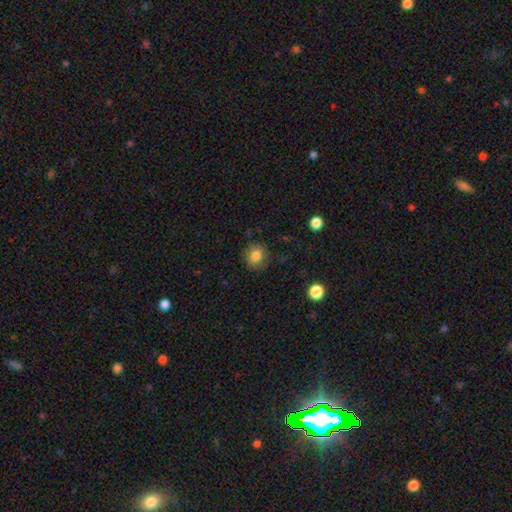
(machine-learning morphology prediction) Smooth or featured: smooth — 81% (star or artifact — 10%)
How rounded: round — 79% (in between — 20%)
Merging: none — 82% (minor disturbance — 13%)